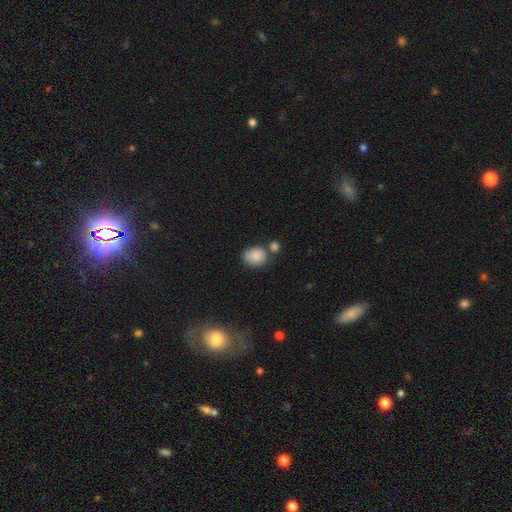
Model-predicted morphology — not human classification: smooth-or-featured: smooth: 85% | star or artifact: 8% | featured or disk: 7%
  how-rounded: round: 51% | in between: 48% | cigar-shaped: 1%
  merging: none: 53% | merger: 22% | minor disturbance: 19% | major disturbance: 6%